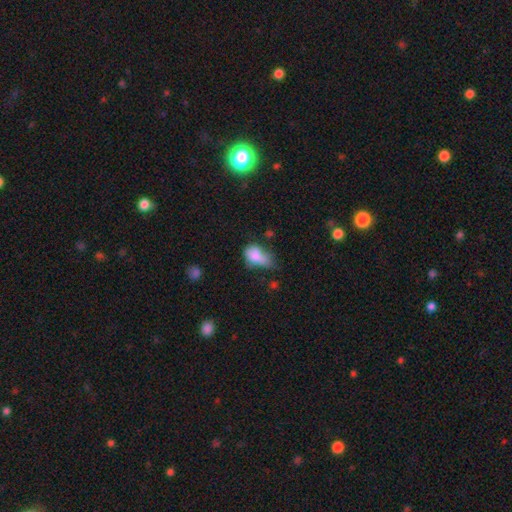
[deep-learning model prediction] Q: Smooth or featured?
A: smooth (74%); runner-up: featured or disk (16%)
Q: How rounded?
A: in between (82%); runner-up: round (15%)
Q: Merging?
A: minor disturbance (36%); runner-up: major disturbance (30%)